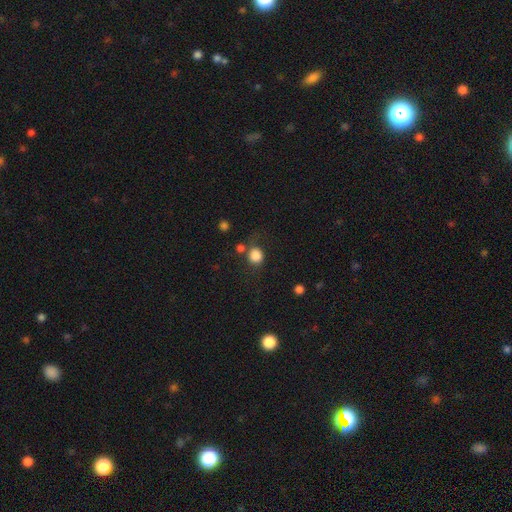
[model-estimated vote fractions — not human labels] This appears to be a smooth galaxy with no disk features (84%) that is round (84%). Merging: none (68%).